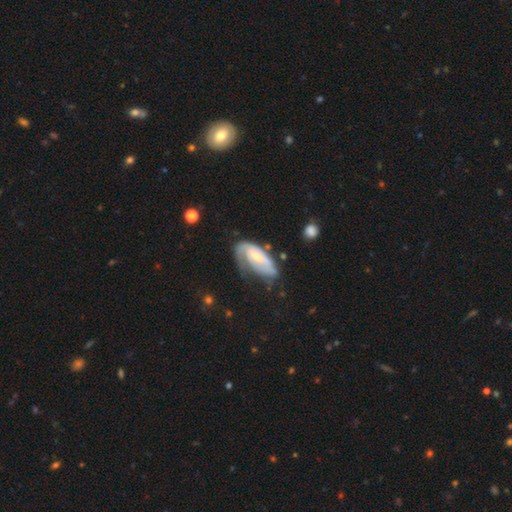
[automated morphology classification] Smooth or featured? featured or disk (60%)
Edge-on disk? no (91%)
Bar? no (52%)
Spiral arms? yes (80%)
Bulge size? small (53%)
Merging? none (40%)